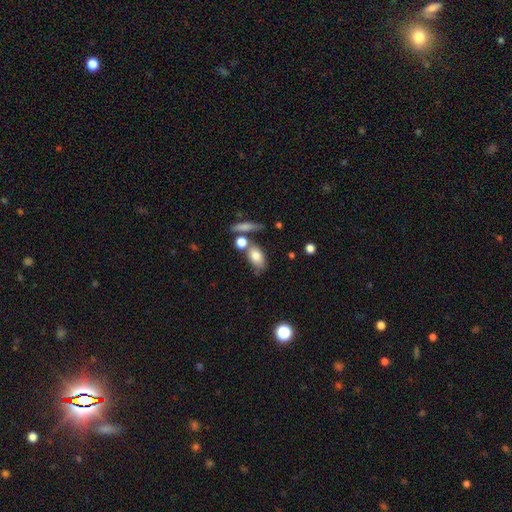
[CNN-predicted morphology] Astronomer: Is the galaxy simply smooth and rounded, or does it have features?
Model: smooth — 79%.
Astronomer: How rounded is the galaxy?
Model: in between — 83%.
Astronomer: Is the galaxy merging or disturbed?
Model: none — 58%.